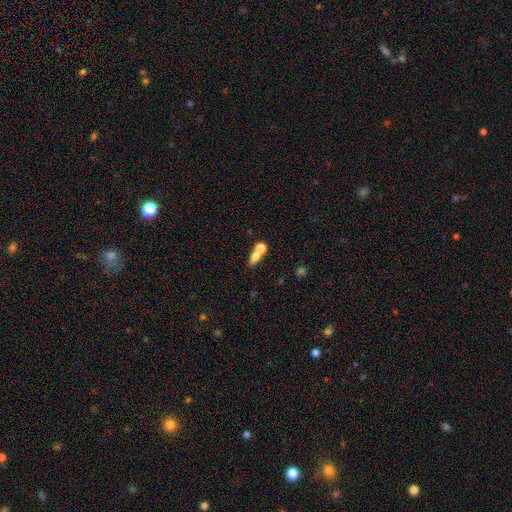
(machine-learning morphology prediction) smooth-or-featured: smooth: 69% | featured or disk: 20% | star or artifact: 10%
  how-rounded: in between: 52% | round: 33% | cigar-shaped: 15%
  merging: merger: 58% | none: 30% | minor disturbance: 7% | major disturbance: 5%